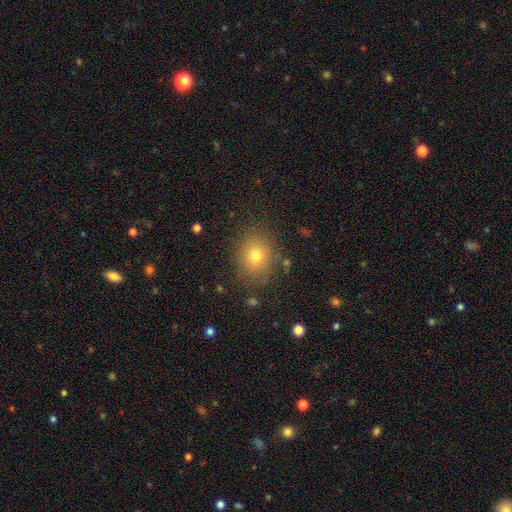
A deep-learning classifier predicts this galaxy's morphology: Smooth or featured?
  - smooth: 74% *
  - star or artifact: 14%
  - featured or disk: 12%
How rounded?
  - round: 57% *
  - in between: 42%
  - cigar-shaped: 1%
Merging?
  - none: 81% *
  - minor disturbance: 12%
  - major disturbance: 5%
  - merger: 2%